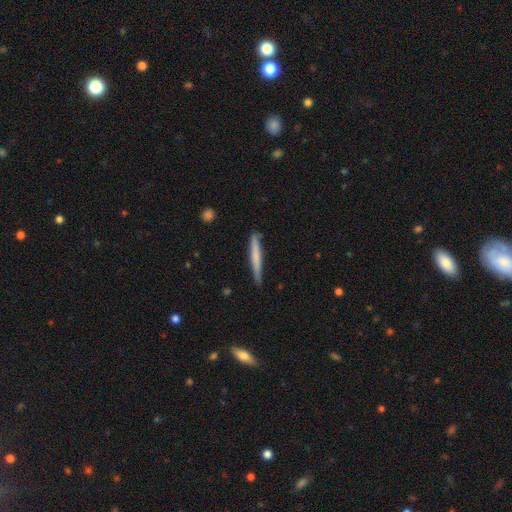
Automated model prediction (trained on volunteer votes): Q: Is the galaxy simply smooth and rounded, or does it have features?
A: smooth — 60%.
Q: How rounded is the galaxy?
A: cigar-shaped — 96%.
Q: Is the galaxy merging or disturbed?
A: none — 84%.